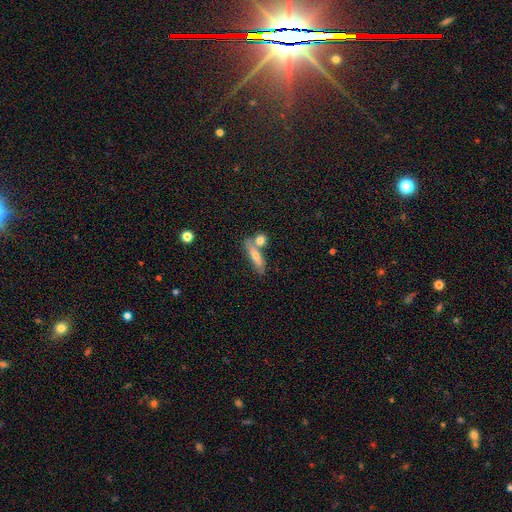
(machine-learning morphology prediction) Overall: smooth (61%; featured or disk 31%). How rounded: cigar-shaped (64%; in between 30%). Merging: none (56%; merger 28%).